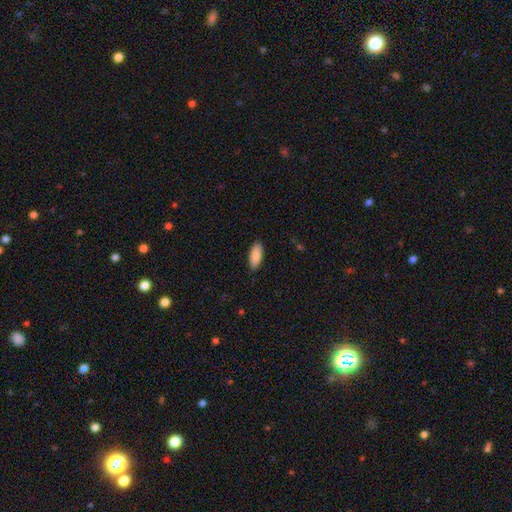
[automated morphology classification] smooth-or-featured: smooth: 88% | featured or disk: 6% | star or artifact: 6%
  how-rounded: in between: 79% | cigar-shaped: 19% | round: 2%
  merging: none: 88% | minor disturbance: 9% | major disturbance: 2% | merger: 1%